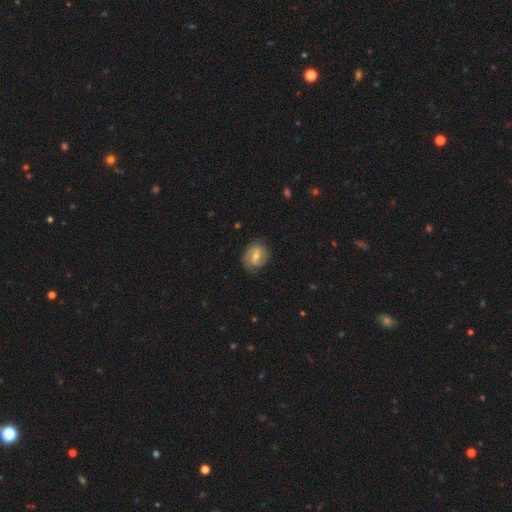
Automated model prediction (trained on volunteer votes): Morphology: type=featured or disk (59%); edge-on=no (96%); bar=weak (55%); spiral arms=yes (84%); bulge=moderate (47%); merging=none (78%).